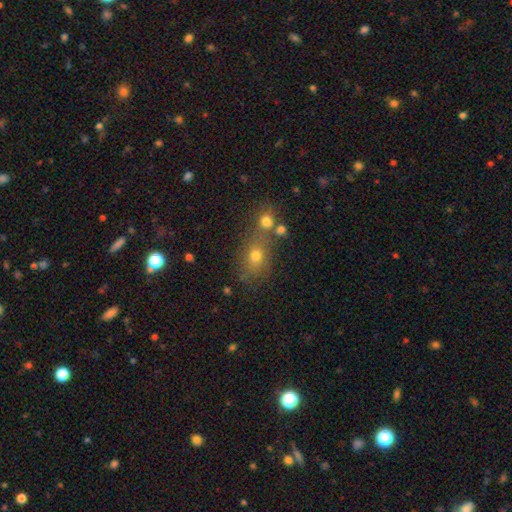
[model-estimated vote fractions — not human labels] Overall: smooth (68%). How rounded: in between (52%; round 46%). Merging: none (49%; merger 32%).